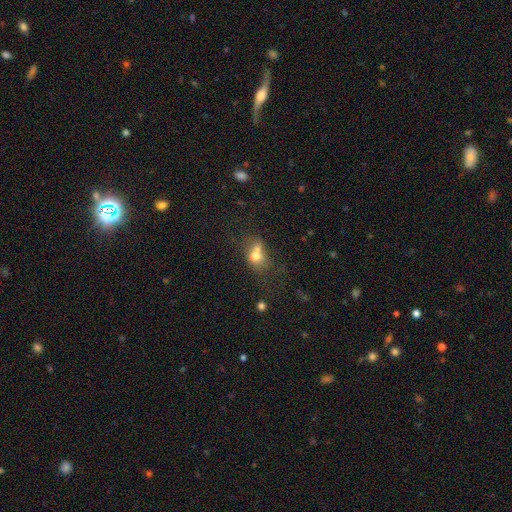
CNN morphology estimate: A smooth galaxy with no disk features (66%) that is round (53%).

Vote fractions:
- Smooth or featured? smooth: 66% / featured or disk: 21% / star or artifact: 14%
- How rounded? round: 53% / in between: 45% / cigar-shaped: 2%
- Merging? merger: 57% / none: 25% / minor disturbance: 10% / major disturbance: 7%